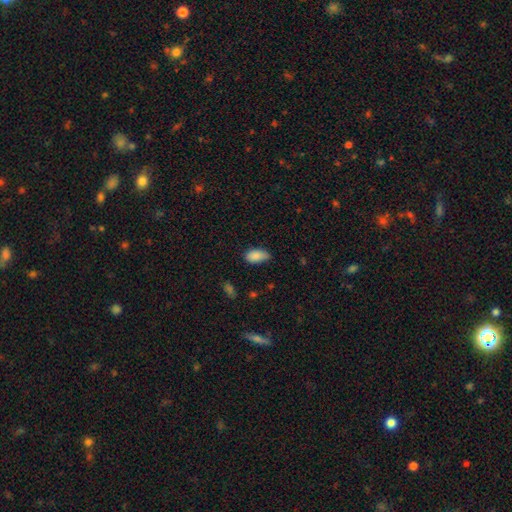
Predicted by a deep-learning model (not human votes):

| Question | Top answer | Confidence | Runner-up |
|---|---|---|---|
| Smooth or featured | smooth | 87% | star or artifact (8%) |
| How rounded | in between | 93% | round (4%) |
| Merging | none | 62% | minor disturbance (31%) |